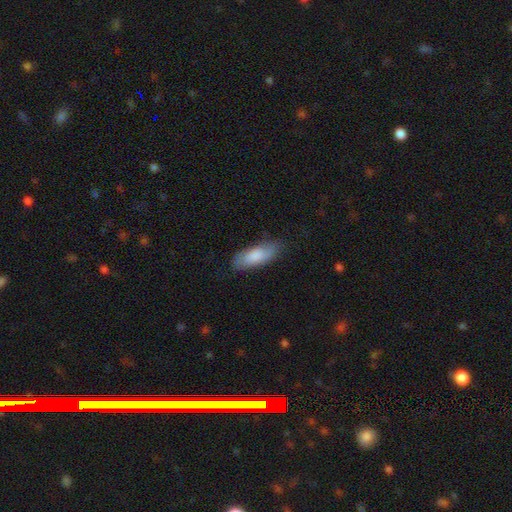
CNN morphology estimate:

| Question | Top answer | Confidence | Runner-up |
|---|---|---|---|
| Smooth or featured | smooth | 77% | featured or disk (17%) |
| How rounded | in between | 73% | cigar-shaped (25%) |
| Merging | none | 78% | minor disturbance (17%) |